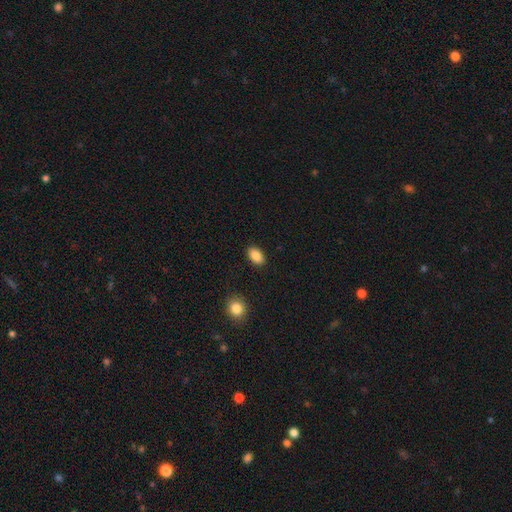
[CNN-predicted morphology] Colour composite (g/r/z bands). It shows a smooth galaxy with no disk features (89%) that is in between round and cigar-shaped (92%). Merging: none (89%).